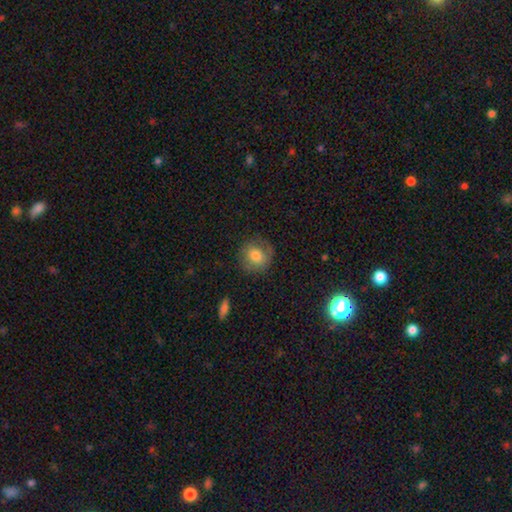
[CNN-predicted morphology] Smooth or featured? smooth (69%)
How rounded? round (83%)
Merging? none (72%)